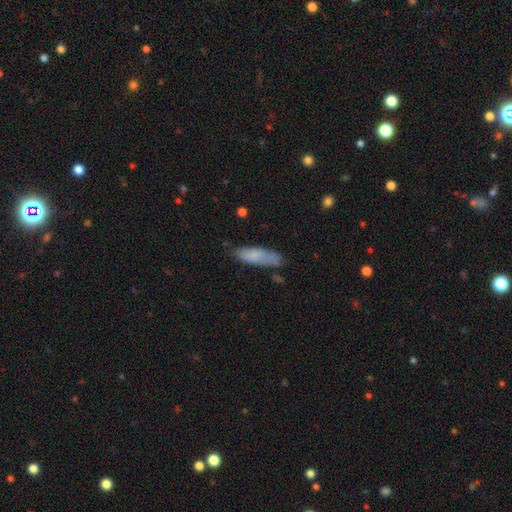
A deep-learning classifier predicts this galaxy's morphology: smooth-or-featured: smooth: 77% | featured or disk: 17% | star or artifact: 7%
  how-rounded: cigar-shaped: 53% | in between: 46% | round: 2%
  merging: none: 64% | minor disturbance: 25% | major disturbance: 6% | merger: 4%